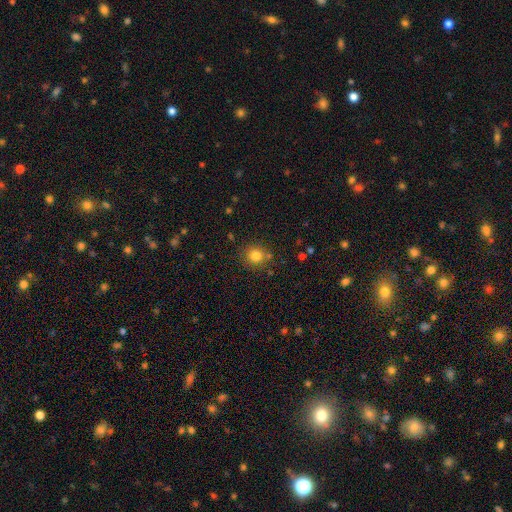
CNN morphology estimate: This appears to be a smooth galaxy with no disk features (81%) that is round (88%). Merging: none (80%).